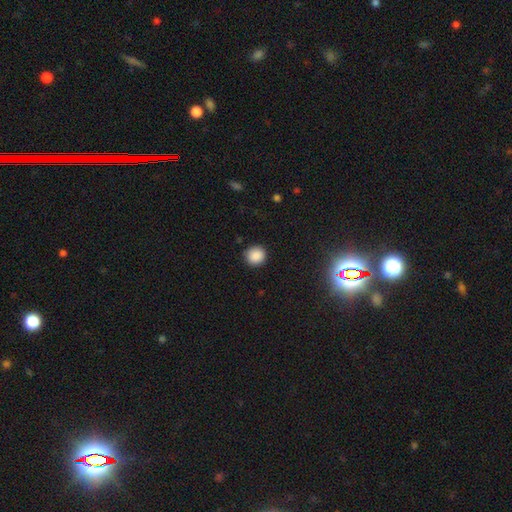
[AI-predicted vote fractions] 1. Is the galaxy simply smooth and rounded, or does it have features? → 88% smooth, 9% star or artifact, 3% featured or disk.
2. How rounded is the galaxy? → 91% round, 8% in between, 1% cigar-shaped.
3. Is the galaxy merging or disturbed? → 90% none, 7% minor disturbance, 2% major disturbance, 1% merger.